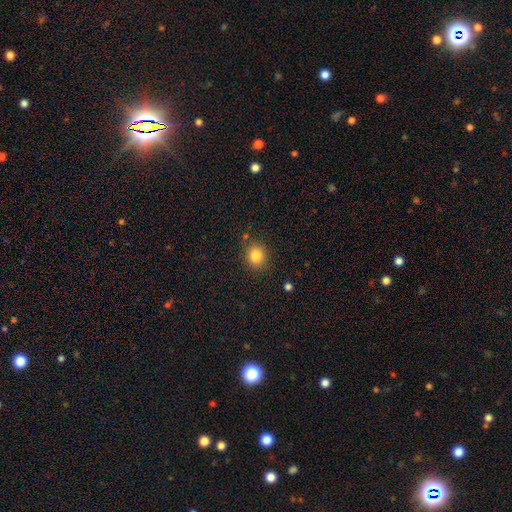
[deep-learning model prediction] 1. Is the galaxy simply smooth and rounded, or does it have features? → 83% smooth, 11% star or artifact, 6% featured or disk.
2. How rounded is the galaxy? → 80% round, 19% in between, 1% cigar-shaped.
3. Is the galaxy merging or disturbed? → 85% none, 9% minor disturbance, 3% merger, 3% major disturbance.